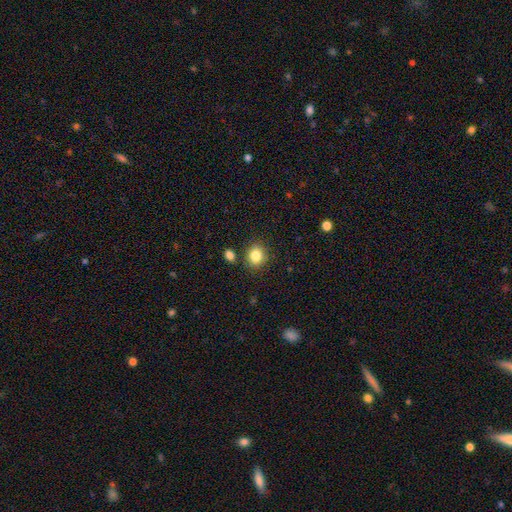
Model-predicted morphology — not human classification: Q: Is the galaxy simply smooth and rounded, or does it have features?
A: smooth — 84%.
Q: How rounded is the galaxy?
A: round — 75%.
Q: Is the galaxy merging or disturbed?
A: none — 83%.